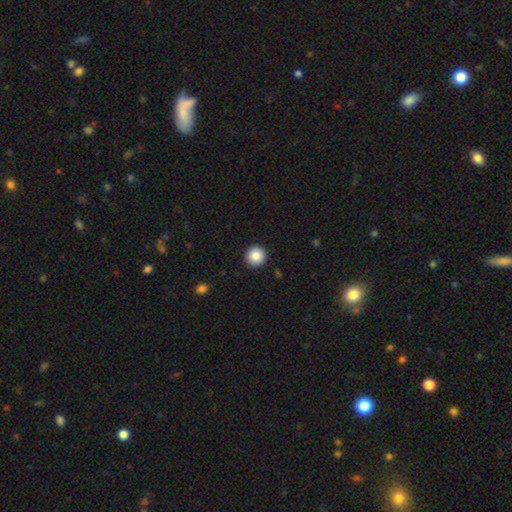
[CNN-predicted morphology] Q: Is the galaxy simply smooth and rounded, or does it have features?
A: smooth — 87%.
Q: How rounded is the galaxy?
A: round — 96%.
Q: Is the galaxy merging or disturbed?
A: none — 93%.